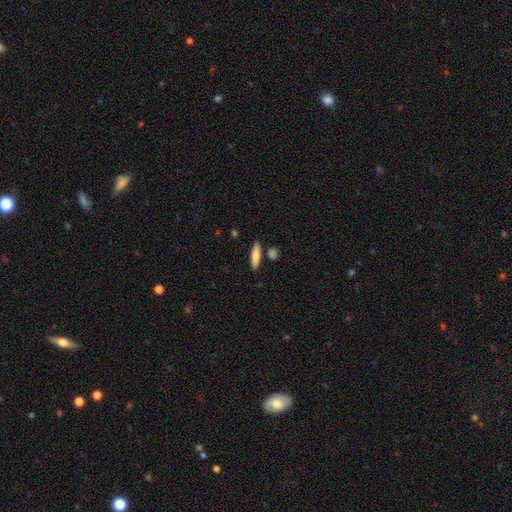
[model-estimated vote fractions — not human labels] smooth-or-featured: smooth: 80% | featured or disk: 14% | star or artifact: 6%
  how-rounded: cigar-shaped: 69% | in between: 28% | round: 2%
  merging: none: 84% | minor disturbance: 9% | merger: 5% | major disturbance: 2%